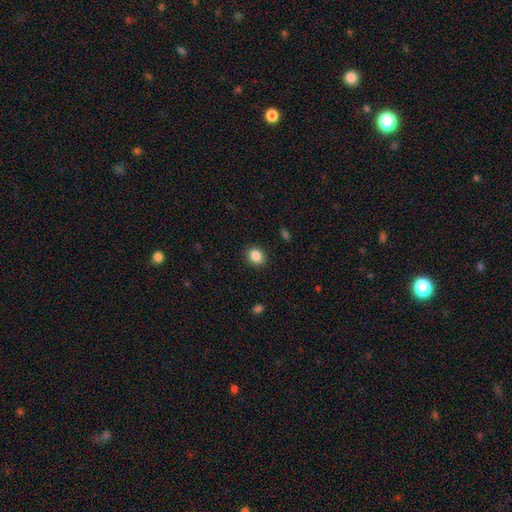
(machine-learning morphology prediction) Smooth or featured? smooth (86%)
How rounded? round (55%)
Merging? none (90%)